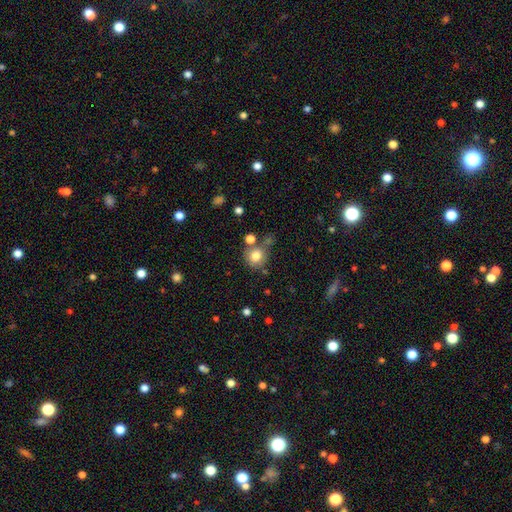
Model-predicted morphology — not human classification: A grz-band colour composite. It shows a smooth galaxy with no disk features (80%) that is round (82%). Merging: none (63%).